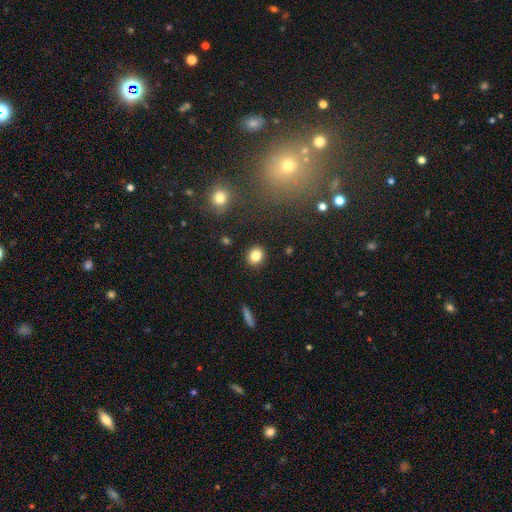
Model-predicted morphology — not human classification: smooth-or-featured: smooth: 84% | star or artifact: 10% | featured or disk: 6%
  how-rounded: round: 71% | in between: 28% | cigar-shaped: 1%
  merging: none: 89% | minor disturbance: 7% | major disturbance: 2% | merger: 2%